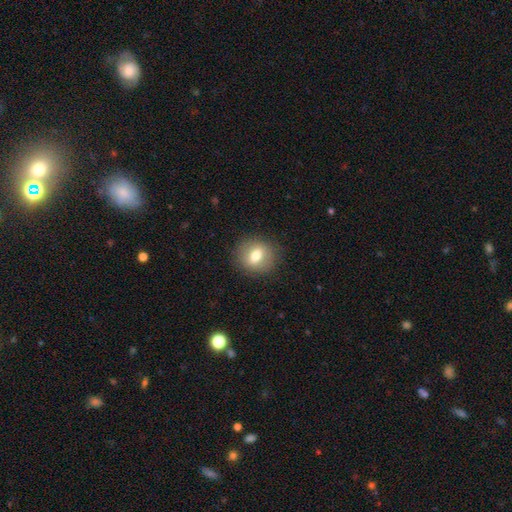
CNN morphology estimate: type=smooth (68%); roundness=round (76%); merging=none (87%).